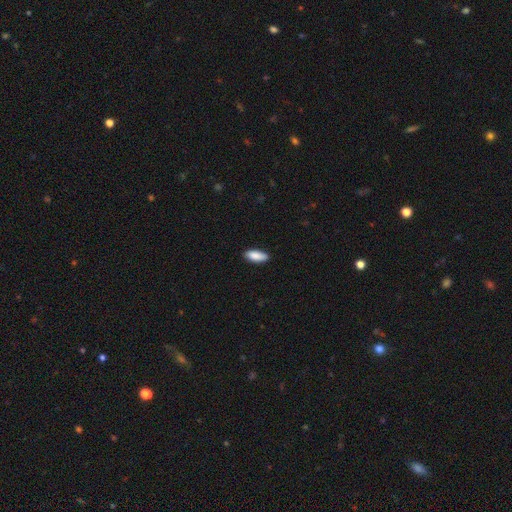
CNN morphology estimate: The model was most divided on "how rounded": in between: 75%, cigar-shaped: 23%, round: 2%. More confident: smooth or featured — smooth (89%); merging — none (88%).